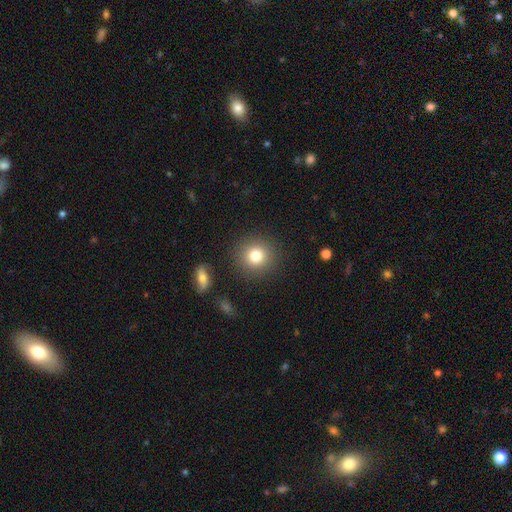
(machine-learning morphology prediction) smooth-or-featured: smooth: 80% | star or artifact: 11% | featured or disk: 9%
  how-rounded: round: 91% | in between: 9% | cigar-shaped: 1%
  merging: none: 88% | minor disturbance: 7% | major disturbance: 3% | merger: 2%